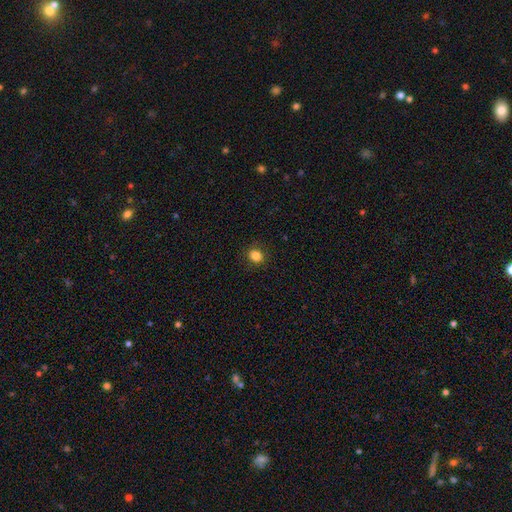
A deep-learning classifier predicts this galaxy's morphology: Q: Smooth or featured?
A: smooth (85%); runner-up: star or artifact (11%)
Q: How rounded?
A: round (68%); runner-up: in between (31%)
Q: Merging?
A: none (88%); runner-up: minor disturbance (8%)